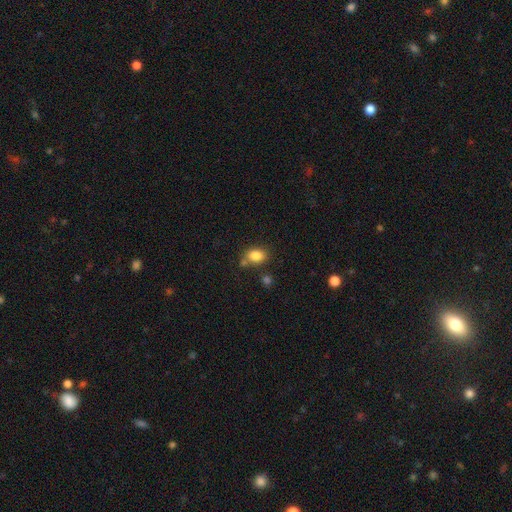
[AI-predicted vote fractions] The model was most divided on "how rounded": in between: 73%, round: 26%, cigar-shaped: 1%. More confident: smooth or featured — smooth (84%); merging — none (67%).